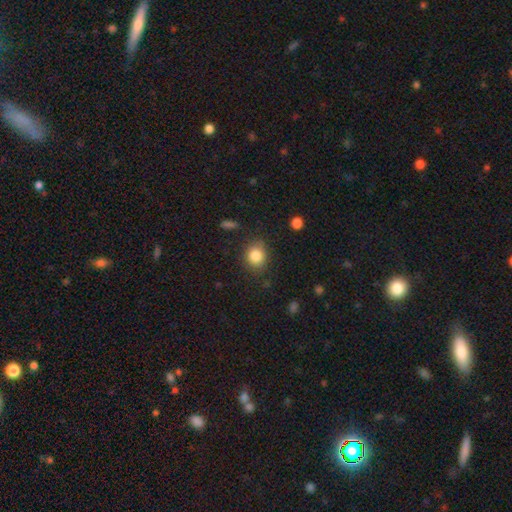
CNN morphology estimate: Q: Smooth or featured?
A: smooth (84%); runner-up: star or artifact (10%)
Q: How rounded?
A: round (67%); runner-up: in between (32%)
Q: Merging?
A: none (79%); runner-up: minor disturbance (14%)